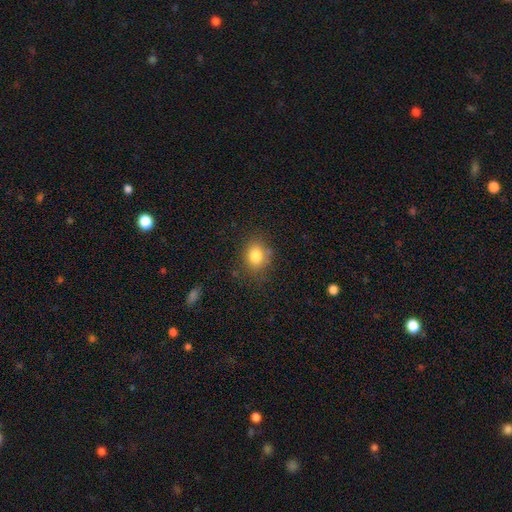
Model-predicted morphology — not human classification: type=smooth (81%); roundness=round (57%); merging=none (76%).